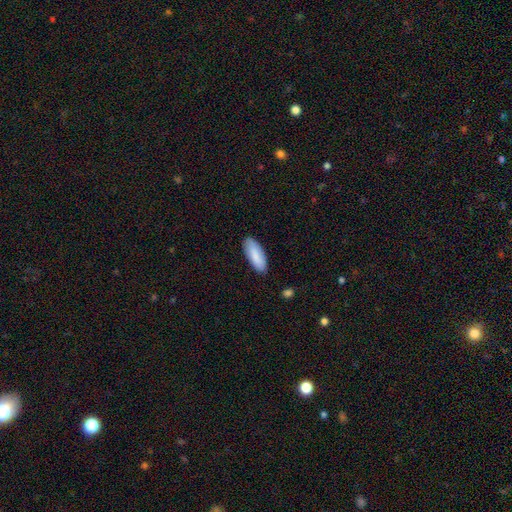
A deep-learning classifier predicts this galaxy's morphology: A smooth galaxy with no disk features (86%) that is in between round and cigar-shaped (74%).

Vote fractions:
- Smooth or featured? smooth: 86% / featured or disk: 8% / star or artifact: 5%
- How rounded? in between: 74% / cigar-shaped: 25% / round: 1%
- Merging? none: 87% / minor disturbance: 10% / major disturbance: 2% / merger: 1%